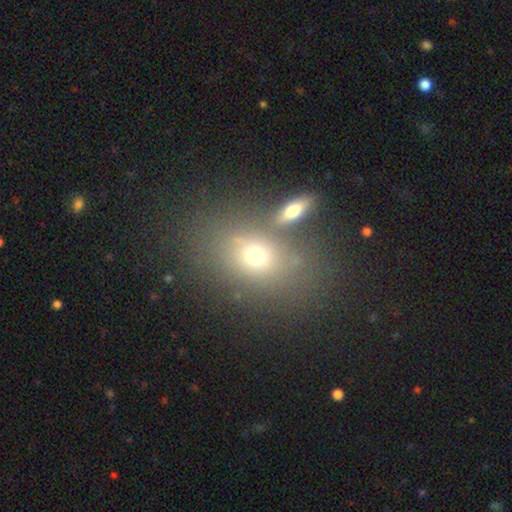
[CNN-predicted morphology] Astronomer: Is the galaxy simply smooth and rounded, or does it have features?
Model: smooth — 65%.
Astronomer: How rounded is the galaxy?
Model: in between — 59% (runner-up: round, 38%).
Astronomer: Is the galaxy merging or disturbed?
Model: none — 58%.